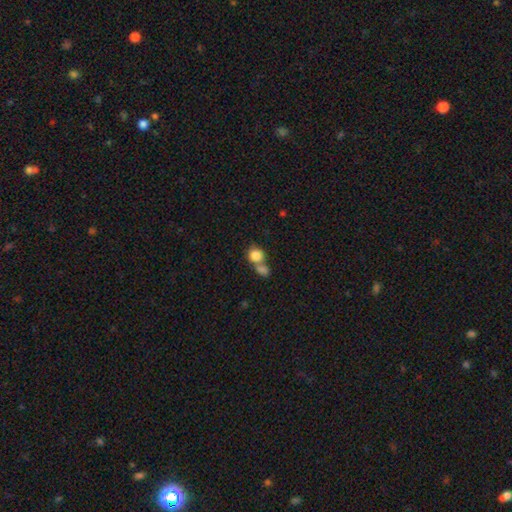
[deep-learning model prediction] Morphology: type=smooth (82%); roundness=round (75%); merging=merger (55%).